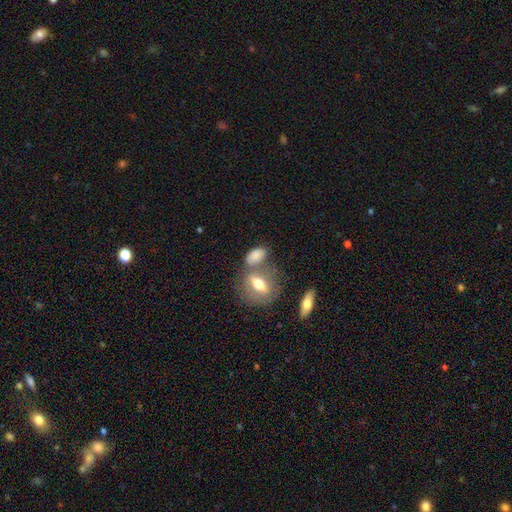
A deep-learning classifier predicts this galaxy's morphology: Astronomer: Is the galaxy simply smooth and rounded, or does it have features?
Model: smooth — 72%.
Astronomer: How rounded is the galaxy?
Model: in between — 82%.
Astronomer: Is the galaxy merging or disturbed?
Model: none — 47% (runner-up: merger, 30%).